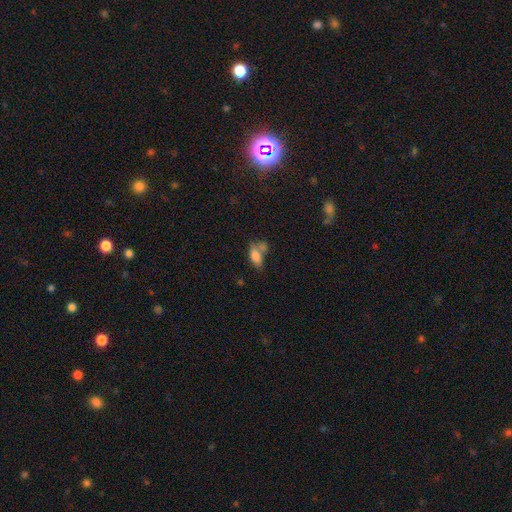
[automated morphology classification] A smooth galaxy with no disk features (78%) that is in between round and cigar-shaped (87%).

Vote fractions:
- Smooth or featured? smooth: 78% / featured or disk: 12% / star or artifact: 10%
- How rounded? in between: 87% / cigar-shaped: 7% / round: 5%
- Merging? merger: 36% / none: 34% / minor disturbance: 19% / major disturbance: 11%